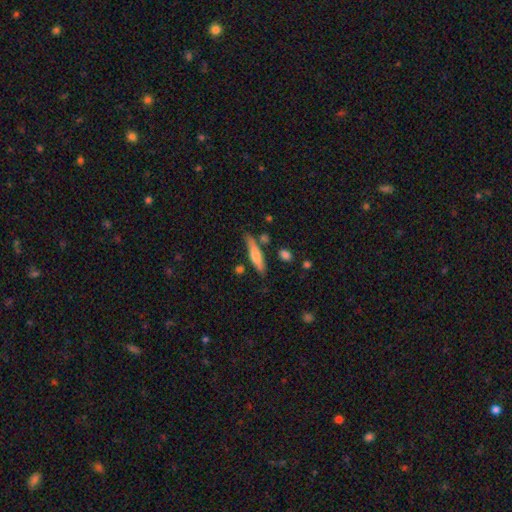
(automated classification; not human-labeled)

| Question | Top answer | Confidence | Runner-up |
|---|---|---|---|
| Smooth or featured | smooth | 60% | featured or disk (34%) |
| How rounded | cigar-shaped | 84% | in between (15%) |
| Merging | none | 75% | minor disturbance (15%) |